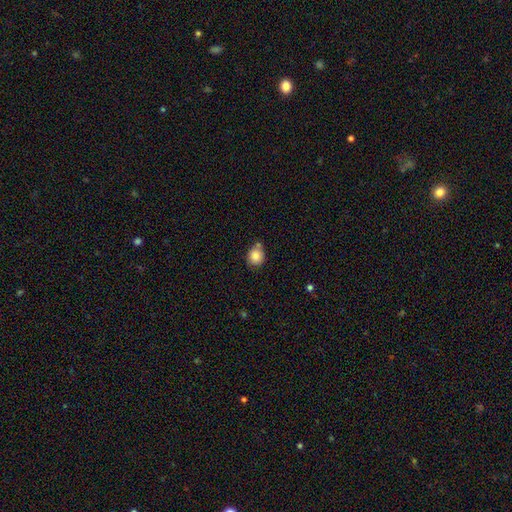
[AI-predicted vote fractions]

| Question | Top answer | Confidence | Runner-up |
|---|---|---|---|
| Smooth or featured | smooth | 85% | star or artifact (9%) |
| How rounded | round | 78% | in between (21%) |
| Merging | none | 64% | minor disturbance (18%) |